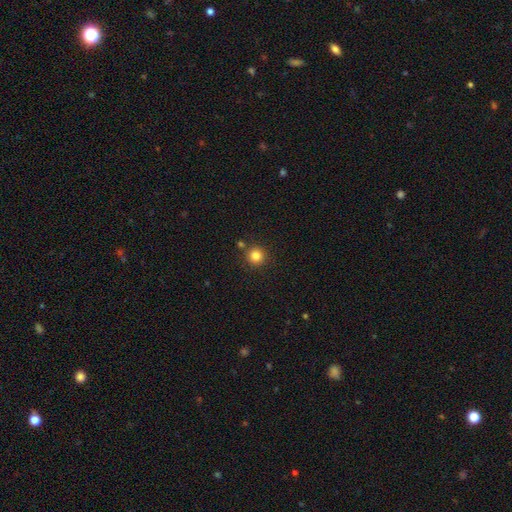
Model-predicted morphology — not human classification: Smooth or featured? Predicted: smooth (p=0.83). How rounded? Predicted: round (p=0.95). Merging? Predicted: none (p=0.84).